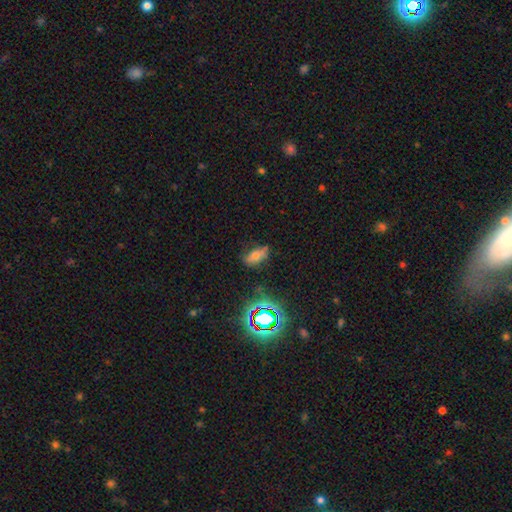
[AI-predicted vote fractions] smooth 59%, star or artifact 24%, featured or disk 17%. Down the decision tree: how rounded — in between (86%); merging — none (62%).